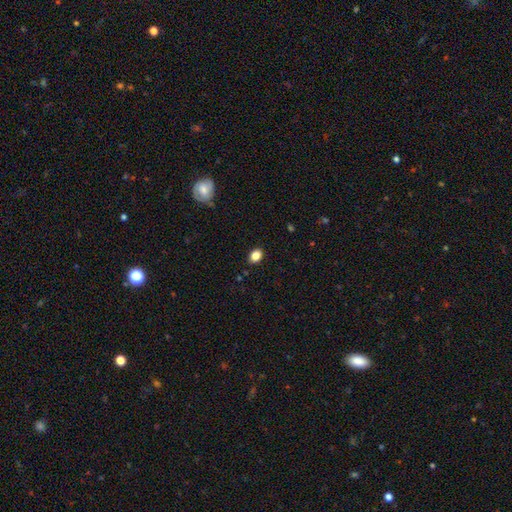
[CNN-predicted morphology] smooth-or-featured: smooth: 85% | star or artifact: 10% | featured or disk: 5%
  how-rounded: in between: 68% | round: 31% | cigar-shaped: 1%
  merging: none: 89% | minor disturbance: 8% | major disturbance: 2% | merger: 1%